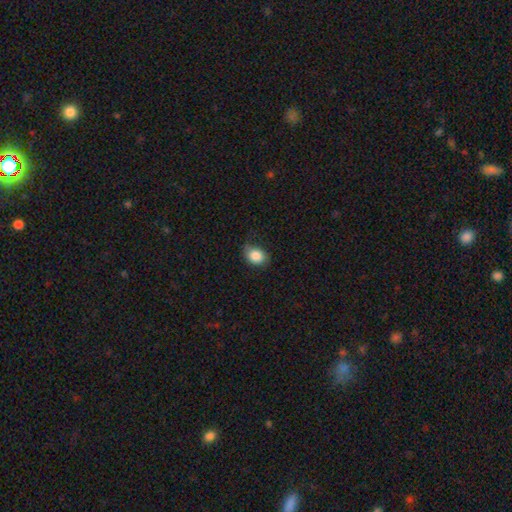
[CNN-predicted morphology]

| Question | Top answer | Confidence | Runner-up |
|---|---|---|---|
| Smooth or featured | smooth | 85% | star or artifact (9%) |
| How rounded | in between | 58% | round (41%) |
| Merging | none | 64% | minor disturbance (27%) |